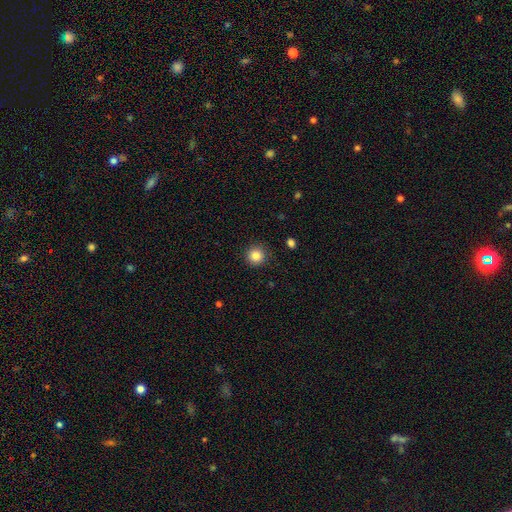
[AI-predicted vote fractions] smooth-or-featured: smooth: 84% | star or artifact: 11% | featured or disk: 5%
  how-rounded: round: 95% | in between: 5% | cigar-shaped: 1%
  merging: none: 91% | minor disturbance: 6% | major disturbance: 2% | merger: 1%